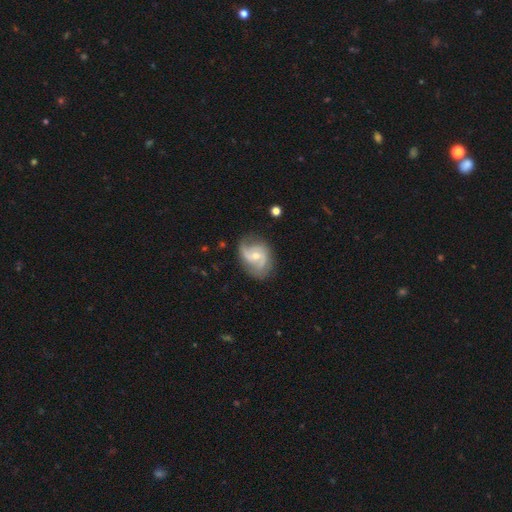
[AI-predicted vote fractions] smooth_or_featured: featured or disk (p=0.83) [alt: smooth p=0.11]
disk_edge_on: no (p=0.98) [alt: yes p=0.02]
bar: weak (p=0.46) [alt: no p=0.43]
has_spiral_arms: yes (p=0.95) [alt: no p=0.05]
spiral_winding: medium (p=0.46) [alt: loose p=0.39]
spiral_arm_count: 2 (p=0.83) [alt: can't tell p=0.06]
bulge_size: moderate (p=0.49) [alt: small p=0.47]
merging: none (p=0.70) [alt: minor disturbance p=0.21]